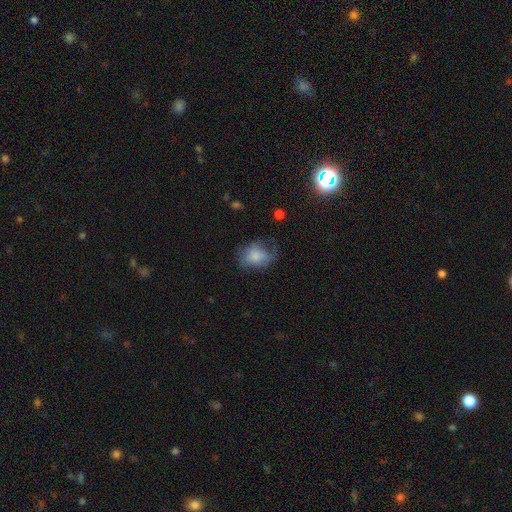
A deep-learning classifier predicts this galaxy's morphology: This is likely a smooth galaxy (68%). How rounded: likely in between (64%). Merging: marginally none (37%).